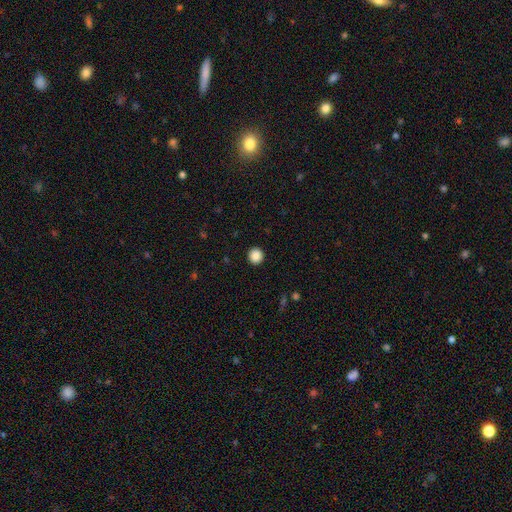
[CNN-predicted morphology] A smooth galaxy with no disk features (88%) that is round (92%). Merging: none (93%).